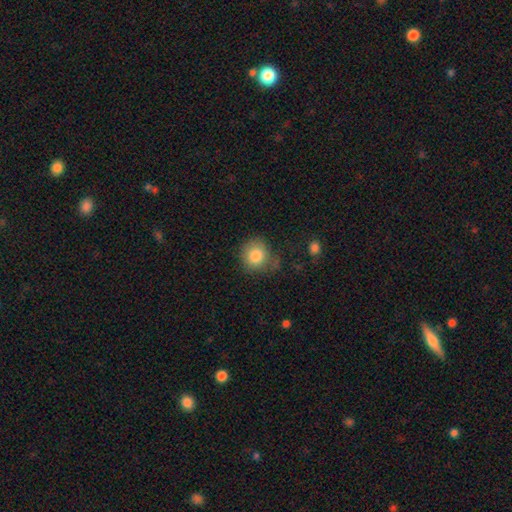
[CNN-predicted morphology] Q: Smooth or featured?
A: smooth (84%); runner-up: star or artifact (8%)
Q: How rounded?
A: round (81%); runner-up: in between (18%)
Q: Merging?
A: none (62%); runner-up: minor disturbance (25%)